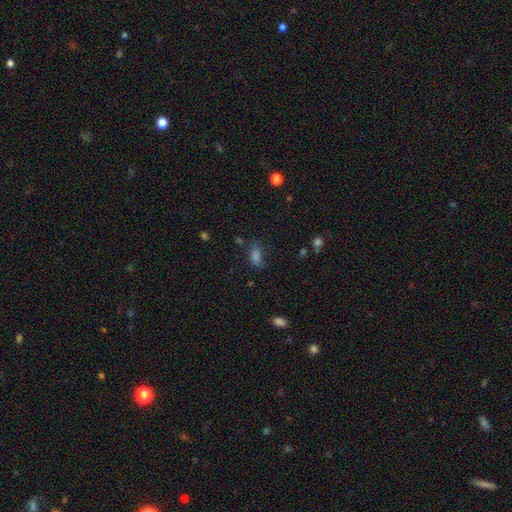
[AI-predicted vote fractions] Smooth or featured?
  - smooth: 66% *
  - star or artifact: 25%
  - featured or disk: 10%
How rounded?
  - in between: 82% *
  - cigar-shaped: 10%
  - round: 9%
Merging?
  - none: 67% *
  - minor disturbance: 19%
  - major disturbance: 9%
  - merger: 4%